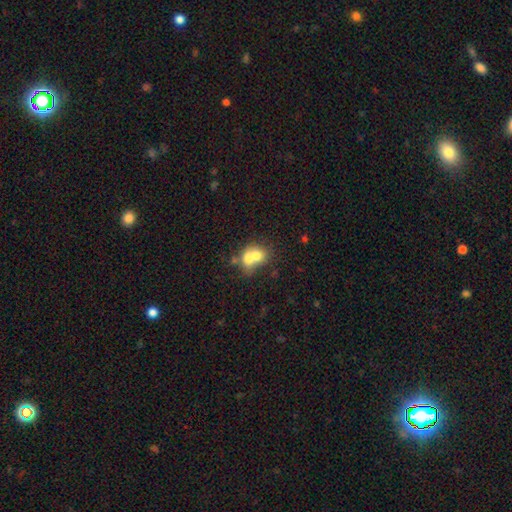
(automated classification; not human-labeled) Overall: smooth (66%). How rounded: round (59%; in between 40%). Merging: merger (70%).